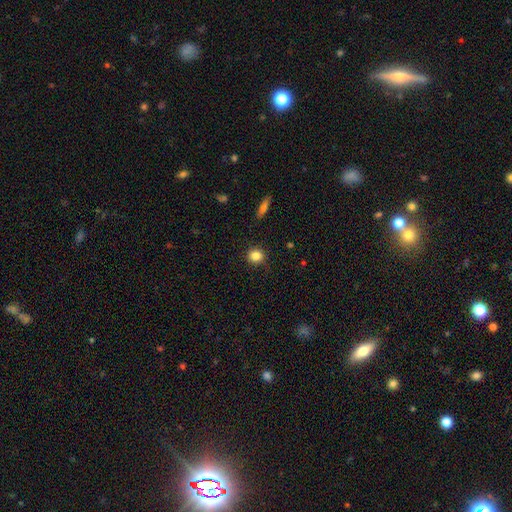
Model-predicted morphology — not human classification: Smooth or featured? smooth (85%)
How rounded? round (83%)
Merging? none (89%)